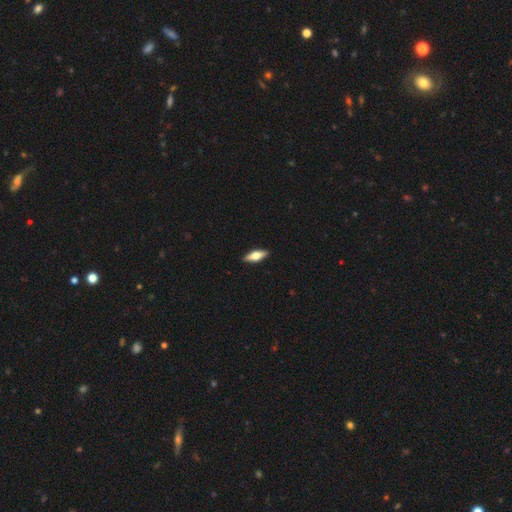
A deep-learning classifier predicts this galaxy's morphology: smooth-or-featured: smooth: 50% | featured or disk: 44% | star or artifact: 6%
  how-rounded: in between: 59% | cigar-shaped: 38% | round: 3%
  merging: none: 91% | minor disturbance: 7% | major disturbance: 1% | merger: 1%